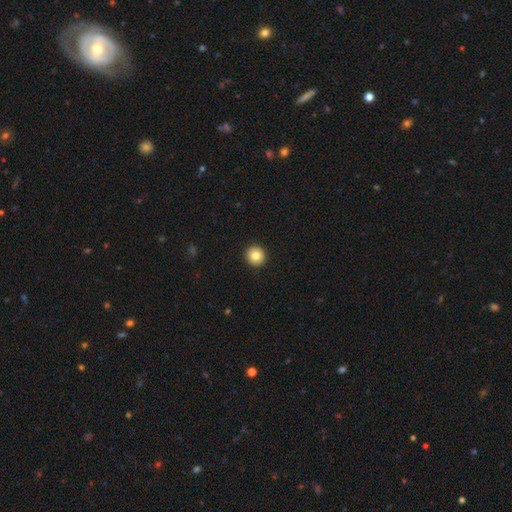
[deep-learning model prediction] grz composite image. It shows a smooth galaxy with no disk features (81%) that is round (95%). Merging: none (93%).